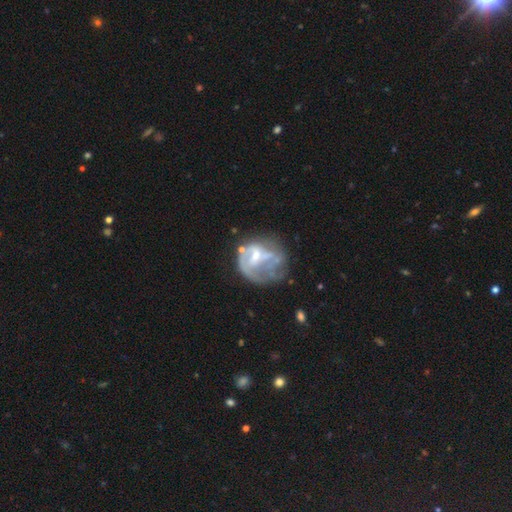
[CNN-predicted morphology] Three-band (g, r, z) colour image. It shows a featured or disk galaxy (66%) with no bar (49%), no spiral arms (53%) and a small central bulge (48%). Merging: major disturbance (37%).